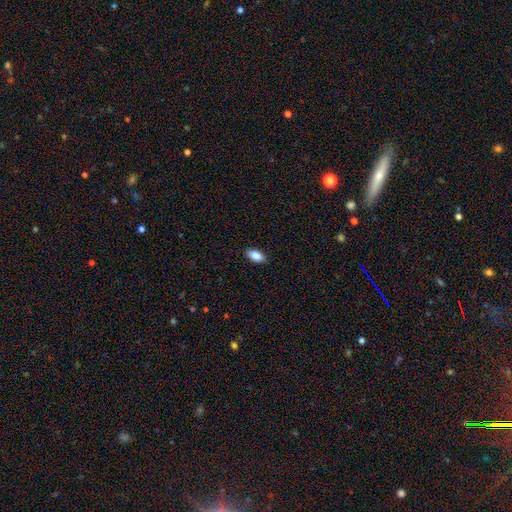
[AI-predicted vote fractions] Smooth or featured? smooth (87%)
How rounded? in between (92%)
Merging? none (89%)